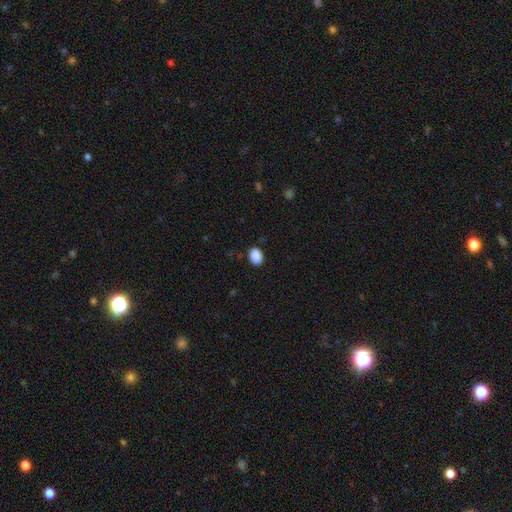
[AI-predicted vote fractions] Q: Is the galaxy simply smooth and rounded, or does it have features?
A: smooth — 90%.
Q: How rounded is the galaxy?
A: in between — 76%.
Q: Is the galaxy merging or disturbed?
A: none — 87%.